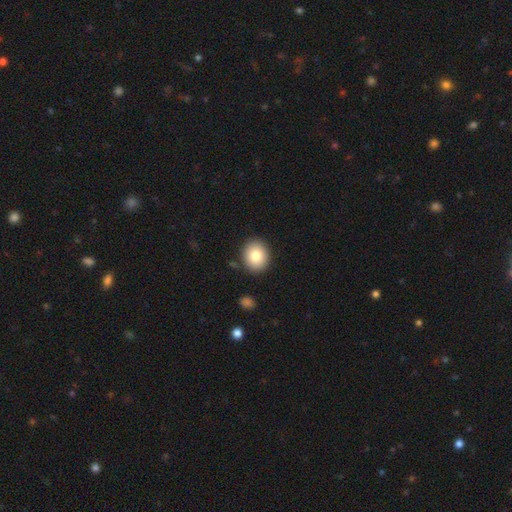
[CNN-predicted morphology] A smooth galaxy with no disk features (82%) that is round (68%).

Vote fractions:
- Smooth or featured? smooth: 82% / featured or disk: 9% / star or artifact: 9%
- How rounded? round: 68% / in between: 31% / cigar-shaped: 1%
- Merging? none: 88% / minor disturbance: 8% / major disturbance: 2% / merger: 2%